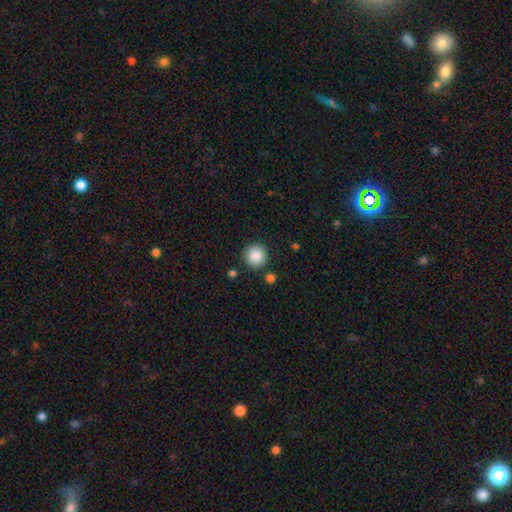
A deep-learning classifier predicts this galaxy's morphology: This appears to be a smooth galaxy with no disk features (87%) that is round (95%). Merging: none (87%).